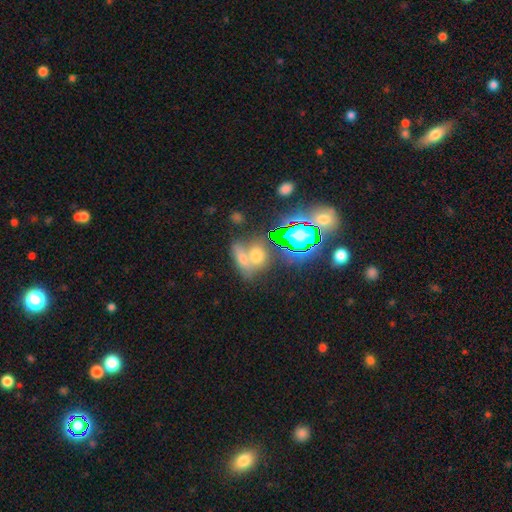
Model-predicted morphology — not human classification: Smooth or featured? smooth (58%)
How rounded? in between (57%)
Merging? merger (51%)